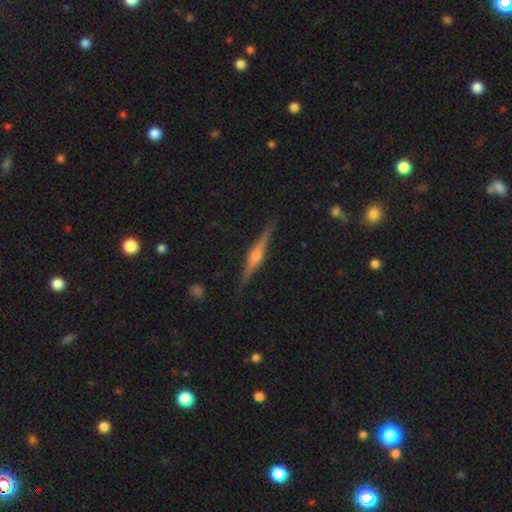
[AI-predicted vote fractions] Overall: featured or disk (79%). Edge-on disk: yes (98%). Edge-on bulge: rounded (88%). Merging: none (89%).